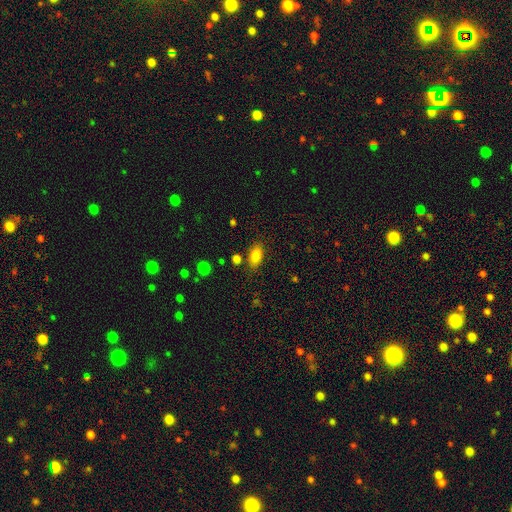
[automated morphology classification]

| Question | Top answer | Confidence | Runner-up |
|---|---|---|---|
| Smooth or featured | smooth | 84% | star or artifact (9%) |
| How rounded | in between | 89% | round (6%) |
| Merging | none | 79% | minor disturbance (13%) |